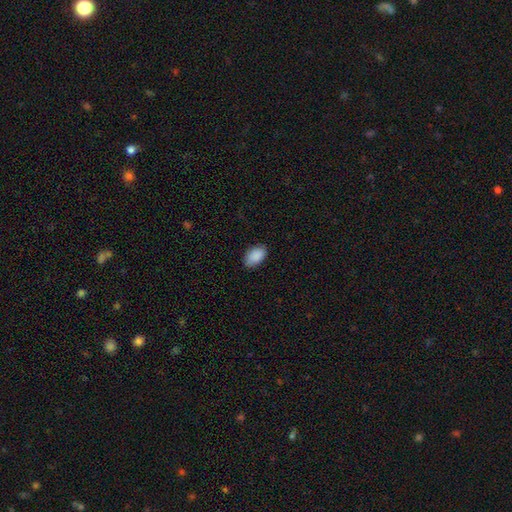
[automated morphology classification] Overall: smooth (90%). How rounded: in between (92%). Merging: none (84%).